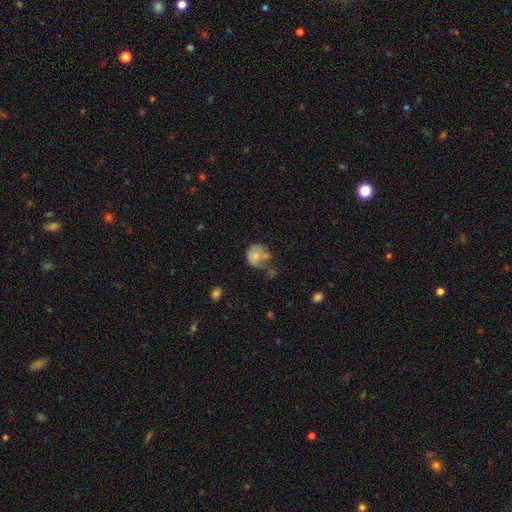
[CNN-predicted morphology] Smooth or featured?
  - smooth: 62% *
  - featured or disk: 29%
  - star or artifact: 9%
How rounded?
  - round: 64% *
  - in between: 35%
  - cigar-shaped: 1%
Merging?
  - none: 29% *
  - minor disturbance: 27%
  - major disturbance: 23%
  - merger: 22%